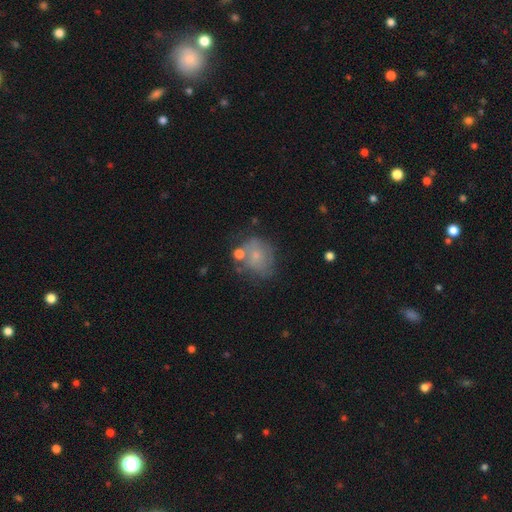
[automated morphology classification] Overall: smooth (57%; featured or disk 30%). How rounded: round (62%; in between 37%). Merging: none (51%; minor disturbance 24%).